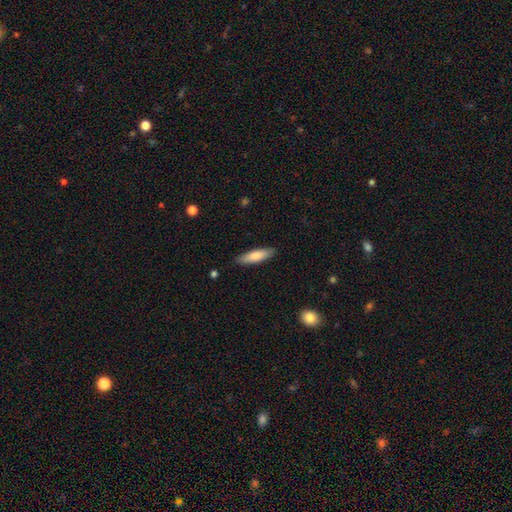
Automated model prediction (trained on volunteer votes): This is likely a smooth galaxy (80%). How rounded: likely cigar-shaped (65%). Merging: clearly none (88%).